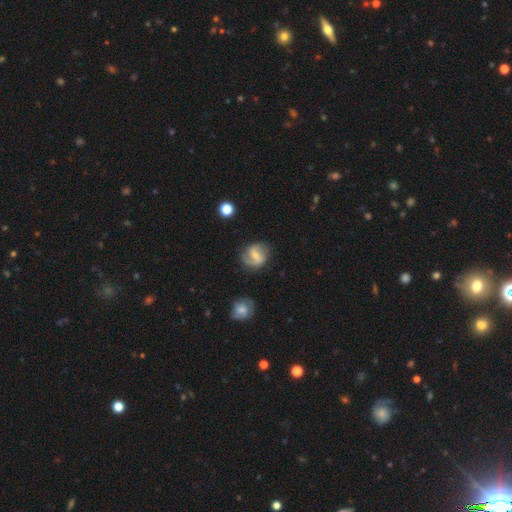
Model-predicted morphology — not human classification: smooth-or-featured: featured or disk: 72% | smooth: 21% | star or artifact: 7%
  disk-edge-on: no: 97% | yes: 3%
    bar: weak: 53% | strong: 25% | no: 23%
    has-spiral-arms: yes: 92% | no: 8%
      spiral-winding: medium: 45% | loose: 38% | tight: 18%
      spiral-arm-count: 2: 86% | can't tell: 6% | 1: 5% | 3: 2% | 4: 1% | more than 4: 1%
    bulge-size: small: 49% | moderate: 38% | none: 9% | large: 3% | dominant: 1%
  merging: none: 78% | minor disturbance: 15% | major disturbance: 5% | merger: 2%